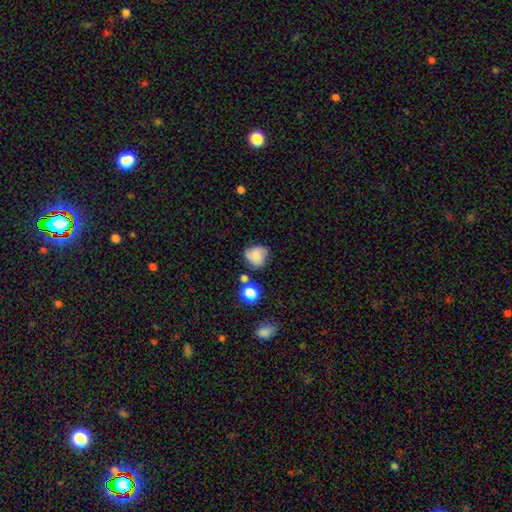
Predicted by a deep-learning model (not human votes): A smooth galaxy with no disk features (68%) that is round (79%).

Vote fractions:
- Smooth or featured? smooth: 68% / featured or disk: 21% / star or artifact: 11%
- How rounded? round: 79% / in between: 20% / cigar-shaped: 1%
- Merging? none: 61% / minor disturbance: 24% / major disturbance: 7% / merger: 7%